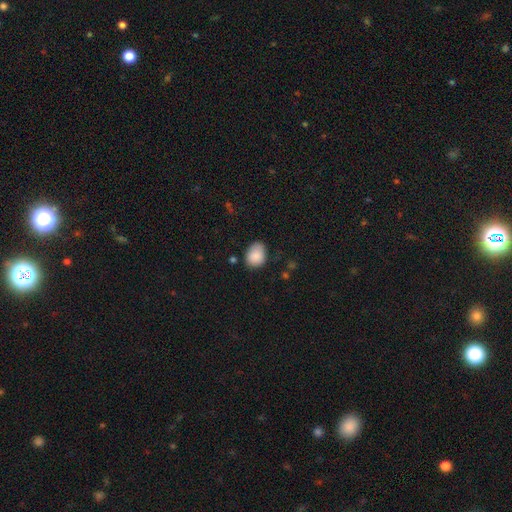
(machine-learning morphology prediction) Smooth or featured? Predicted: smooth (p=0.87). How rounded? Predicted: in between (p=0.62). Merging? Predicted: none (p=0.64).